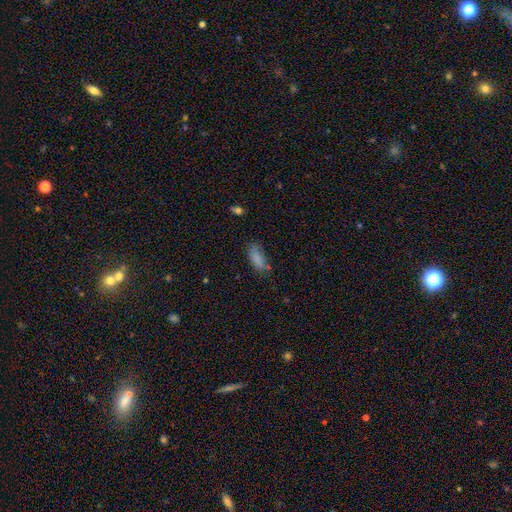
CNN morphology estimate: This appears to be a smooth galaxy with no disk features (76%) that is in between round and cigar-shaped (70%). Merging: none (63%).